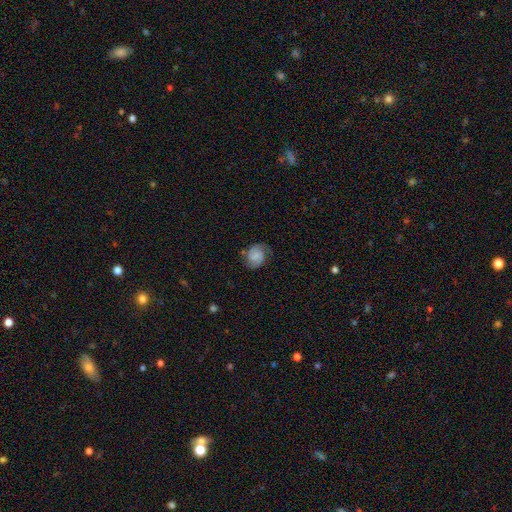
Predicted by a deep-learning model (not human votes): Q: Smooth or featured?
A: featured or disk (66%); runner-up: smooth (26%)
Q: Edge-on disk?
A: no (98%); runner-up: yes (2%)
Q: Bar?
A: no (49%); runner-up: weak (41%)
Q: Spiral arms?
A: yes (95%); runner-up: no (5%)
Q: Spiral winding?
A: medium (45%); runner-up: tight (38%)
Q: Spiral arm count?
A: 2 (83%); runner-up: 1 (7%)
Q: Bulge size?
A: none (44%); runner-up: small (32%)
Q: Merging?
A: none (68%); runner-up: minor disturbance (21%)